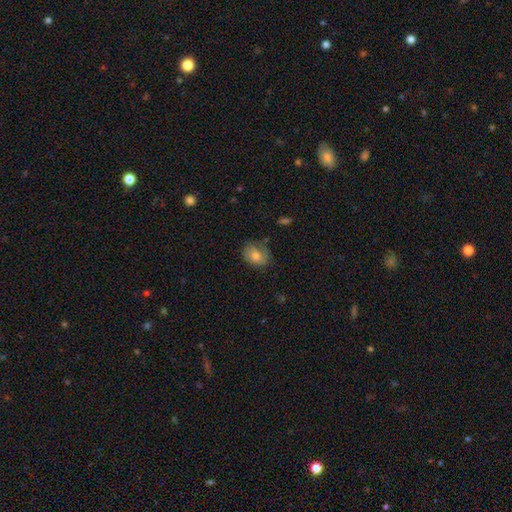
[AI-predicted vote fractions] This is likely a smooth galaxy (74%). How rounded: possibly in between (57%). Merging: likely none (65%).